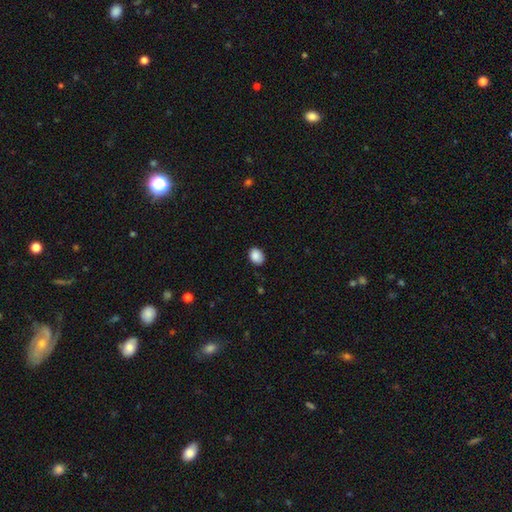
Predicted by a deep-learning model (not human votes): Smooth or featured? Predicted: smooth (p=0.89). How rounded? Predicted: in between (p=0.67). Merging? Predicted: none (p=0.83).